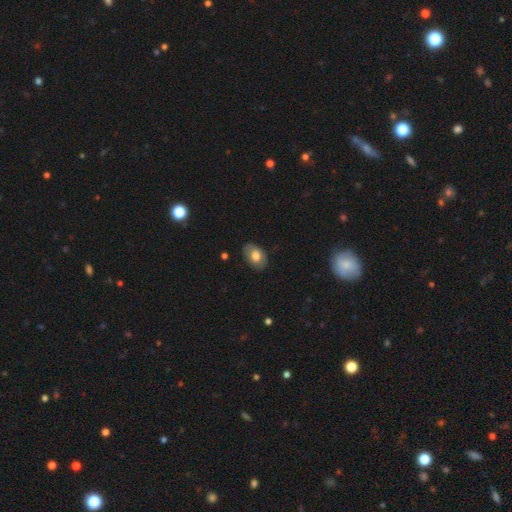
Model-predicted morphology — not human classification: smooth 71%, featured or disk 22%, star or artifact 7%. Down the decision tree: how rounded — in between (86%); merging — none (81%).